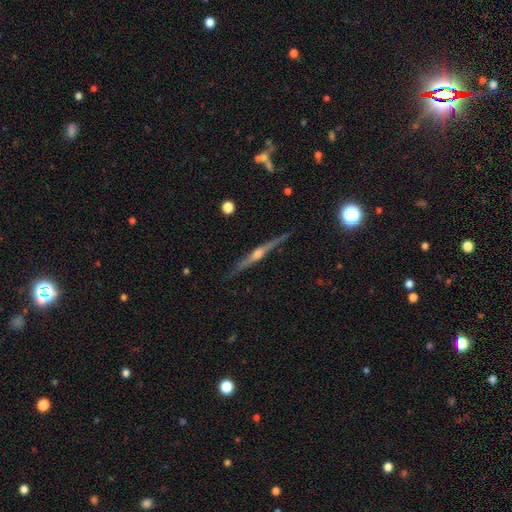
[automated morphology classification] This is clearly a featured or disk galaxy (84%). It is clearly viewed edge-on (98%). Edge-on bulge: clearly rounded (90%). Merging: clearly none (89%).